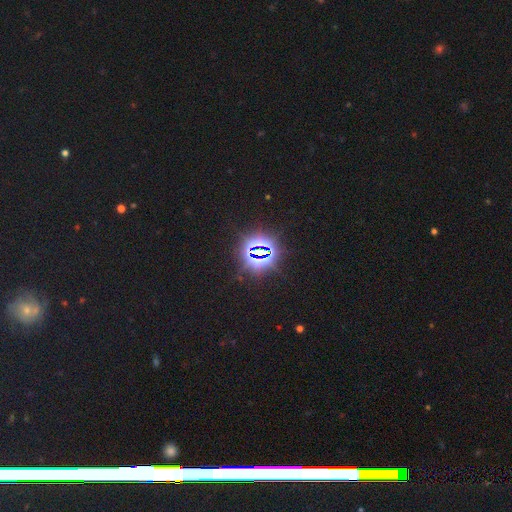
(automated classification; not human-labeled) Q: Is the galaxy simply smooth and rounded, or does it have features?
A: star or artifact — 81%.